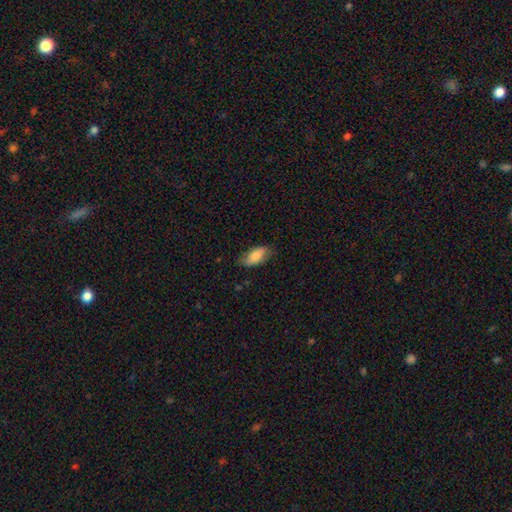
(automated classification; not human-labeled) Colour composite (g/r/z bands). It shows a smooth galaxy with no disk features (75%) that is in between round and cigar-shaped (87%). Merging: none (75%).